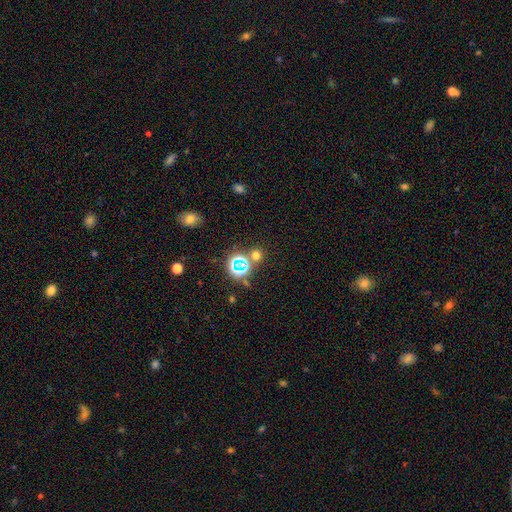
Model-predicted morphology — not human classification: Smooth or featured?
  - smooth: 53% *
  - star or artifact: 40%
  - featured or disk: 7%
How rounded?
  - round: 87% *
  - in between: 12%
  - cigar-shaped: 1%
Merging?
  - none: 74% *
  - merger: 14%
  - minor disturbance: 8%
  - major disturbance: 4%